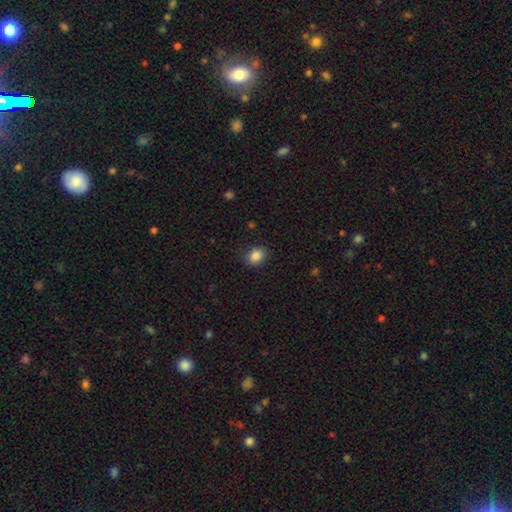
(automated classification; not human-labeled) smooth_or_featured: smooth (p=0.87) [alt: star or artifact p=0.09]
how_rounded: in between (p=0.62) [alt: round p=0.37]
merging: none (p=0.84) [alt: minor disturbance p=0.12]